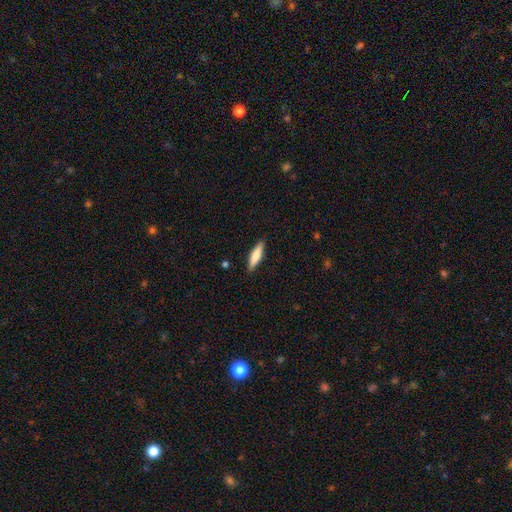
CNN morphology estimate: Overall: smooth (69%). How rounded: cigar-shaped (73%). Merging: none (89%).